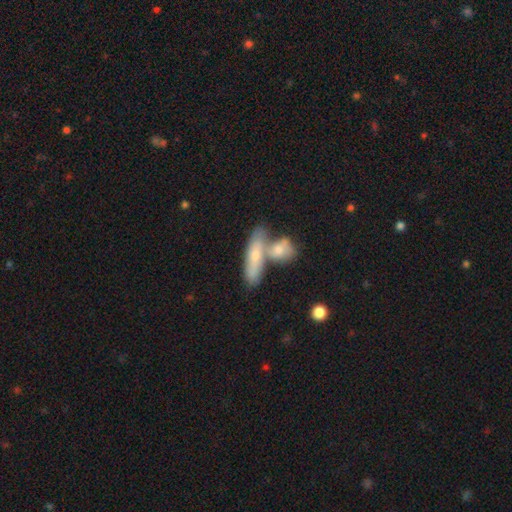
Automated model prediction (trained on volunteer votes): This is likely a smooth galaxy (64%). How rounded: possibly cigar-shaped (58%). Merging: possibly merger (47%).